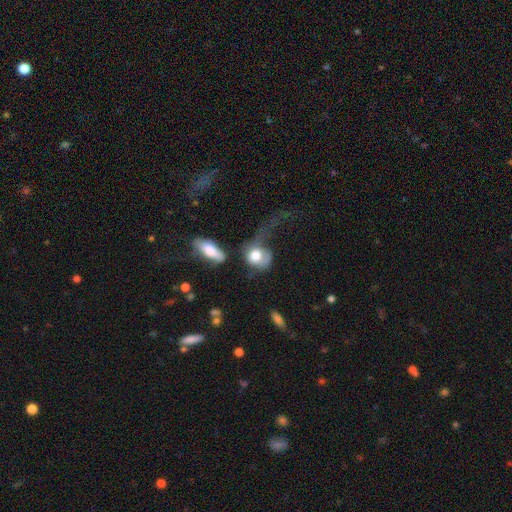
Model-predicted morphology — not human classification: Smooth or featured? smooth (66%)
How rounded? round (50%)
Merging? major disturbance (51%)